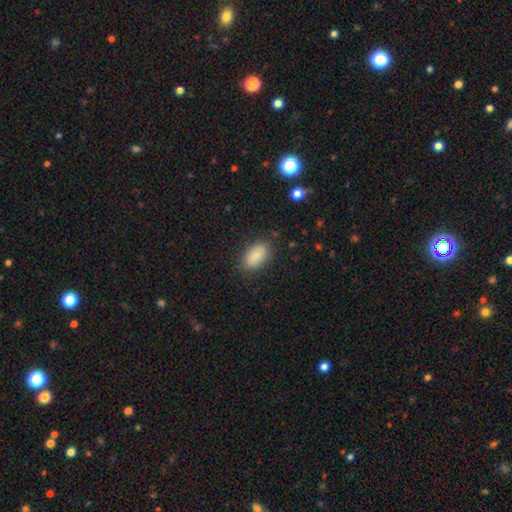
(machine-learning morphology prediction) Smooth or featured?
  - smooth: 87% *
  - star or artifact: 7%
  - featured or disk: 6%
How rounded?
  - in between: 92% *
  - round: 5%
  - cigar-shaped: 2%
Merging?
  - none: 83% *
  - minor disturbance: 12%
  - major disturbance: 4%
  - merger: 1%